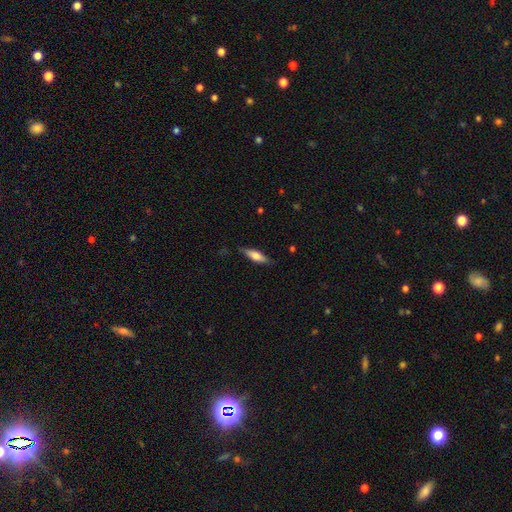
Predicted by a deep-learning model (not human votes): Smooth or featured? smooth (62%)
How rounded? cigar-shaped (57%)
Merging? none (81%)